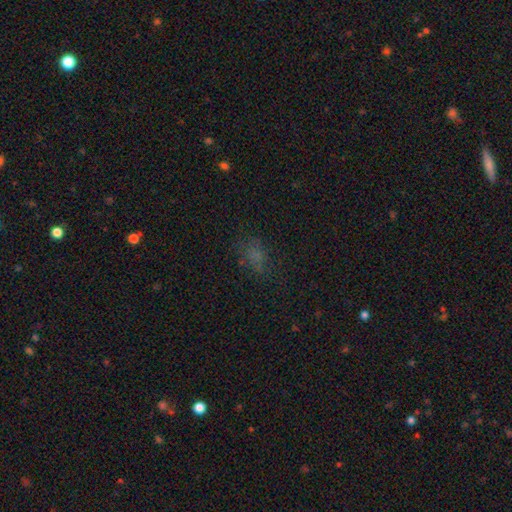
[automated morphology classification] Overall: smooth (57%; star or artifact 28%). How rounded: in between (69%). Merging: none (60%; minor disturbance 21%).